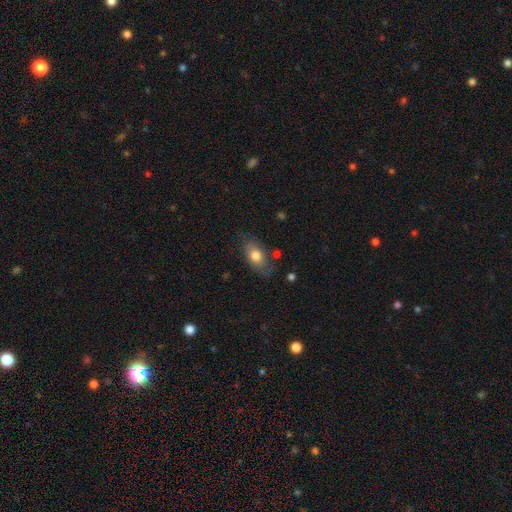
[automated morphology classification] Q: Smooth or featured?
A: smooth (75%); runner-up: featured or disk (17%)
Q: How rounded?
A: in between (86%); runner-up: round (11%)
Q: Merging?
A: none (69%); runner-up: minor disturbance (22%)